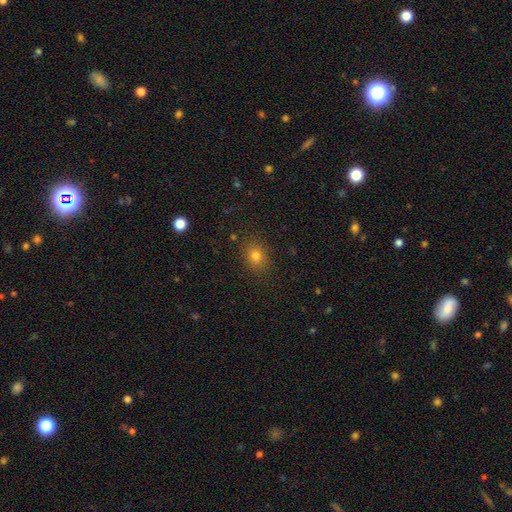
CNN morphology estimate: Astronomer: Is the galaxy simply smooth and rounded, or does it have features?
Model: smooth — 77%.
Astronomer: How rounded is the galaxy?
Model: round — 54% (runner-up: in between, 45%).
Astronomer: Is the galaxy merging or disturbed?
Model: none — 86%.